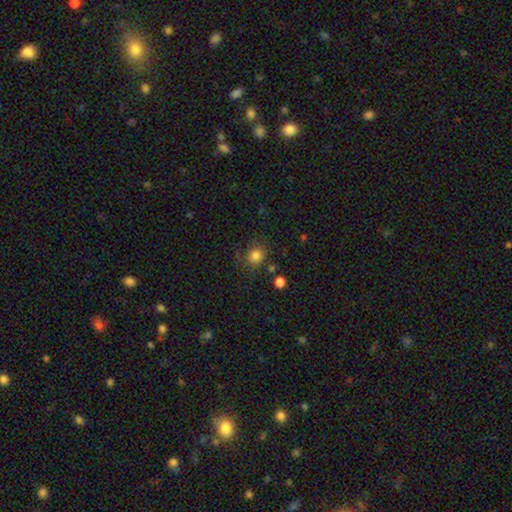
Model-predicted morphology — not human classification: smooth-or-featured: smooth: 82% | star or artifact: 12% | featured or disk: 5%
  how-rounded: round: 82% | in between: 17% | cigar-shaped: 1%
  merging: none: 77% | minor disturbance: 13% | major disturbance: 5% | merger: 4%